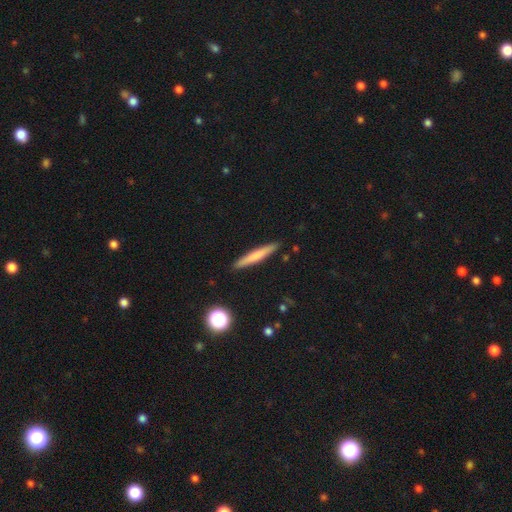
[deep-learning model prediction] Smooth or featured? smooth (66%)
How rounded? cigar-shaped (95%)
Merging? none (90%)